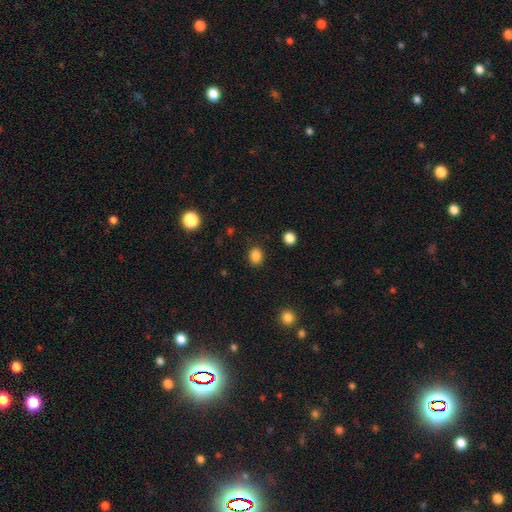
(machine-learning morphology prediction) Smooth or featured? Predicted: smooth (p=0.85). How rounded? Predicted: round (p=0.57). Merging? Predicted: none (p=0.87).